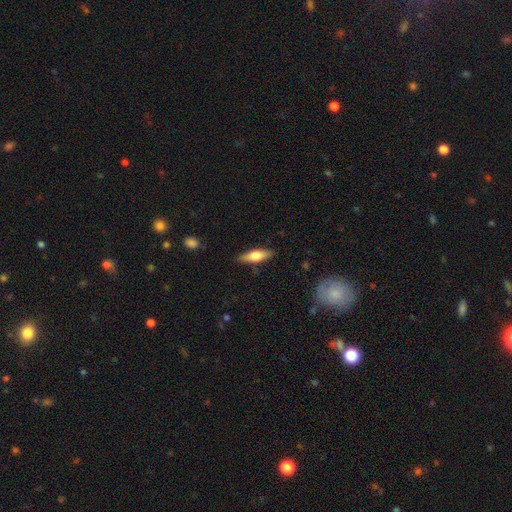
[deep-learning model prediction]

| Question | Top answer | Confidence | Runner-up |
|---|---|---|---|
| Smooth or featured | smooth | 57% | featured or disk (37%) |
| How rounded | cigar-shaped | 53% | in between (44%) |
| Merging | none | 87% | minor disturbance (10%) |